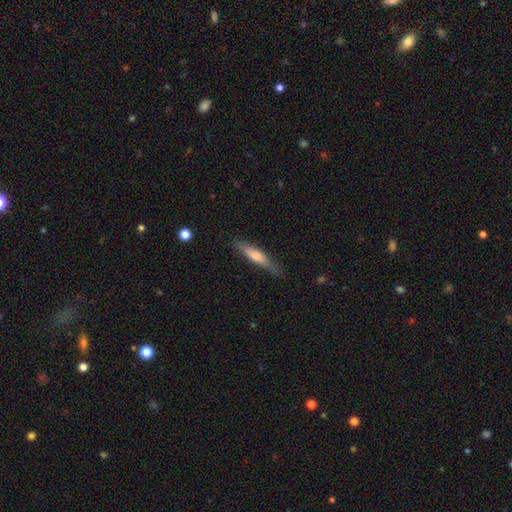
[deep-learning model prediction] Smooth or featured? smooth (63%)
How rounded? cigar-shaped (84%)
Merging? none (80%)